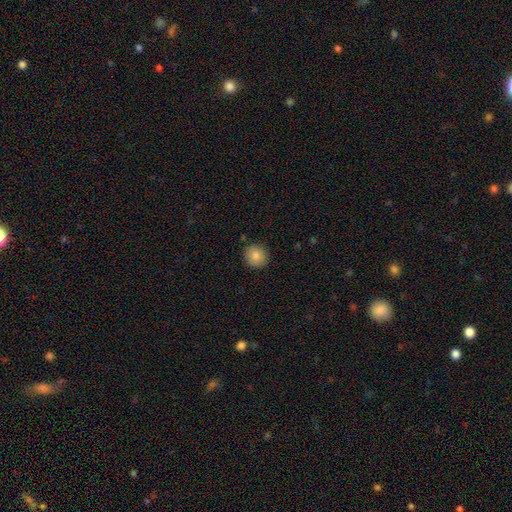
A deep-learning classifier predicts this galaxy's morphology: smooth_or_featured: smooth (p=0.85) [alt: star or artifact p=0.09]
how_rounded: round (p=0.91) [alt: in between p=0.08]
merging: none (p=0.89) [alt: minor disturbance p=0.08]